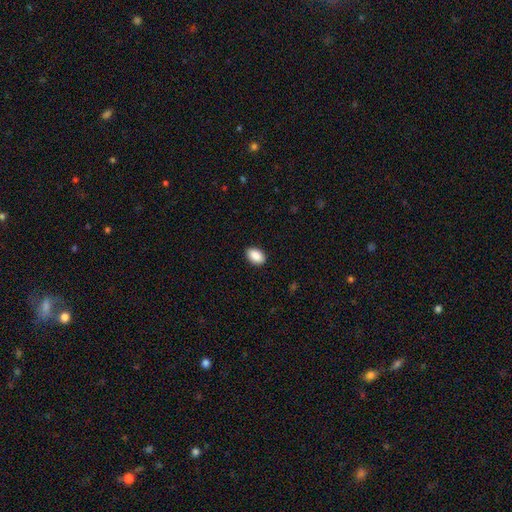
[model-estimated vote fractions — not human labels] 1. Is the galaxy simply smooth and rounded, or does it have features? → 90% smooth, 7% star or artifact, 3% featured or disk.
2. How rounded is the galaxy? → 89% in between, 10% round, 1% cigar-shaped.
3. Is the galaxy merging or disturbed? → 90% none, 8% minor disturbance, 2% major disturbance, 1% merger.